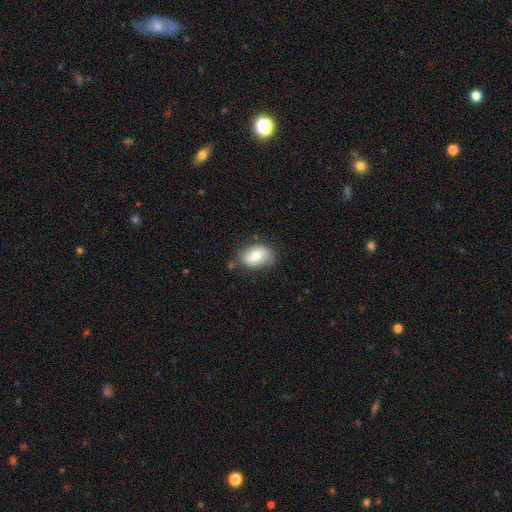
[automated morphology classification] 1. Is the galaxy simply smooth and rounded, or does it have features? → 71% smooth, 22% featured or disk, 7% star or artifact.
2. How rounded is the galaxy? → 86% in between, 12% round, 2% cigar-shaped.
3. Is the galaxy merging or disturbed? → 73% none, 20% minor disturbance, 5% major disturbance, 3% merger.